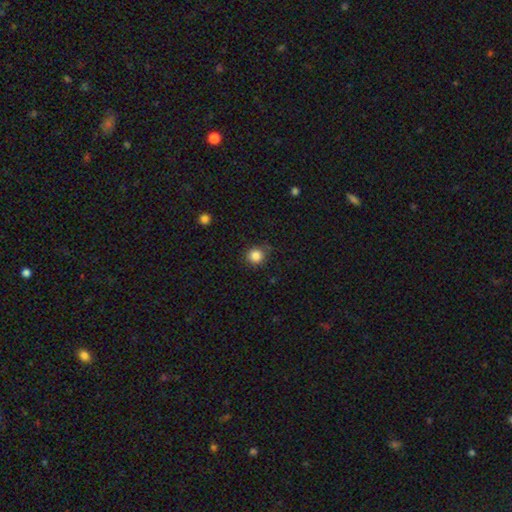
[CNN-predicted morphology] Smooth or featured? Predicted: smooth (p=0.85). How rounded? Predicted: round (p=0.91). Merging? Predicted: none (p=0.83).